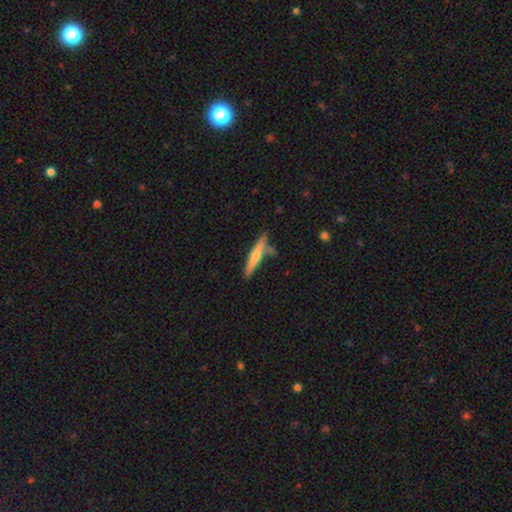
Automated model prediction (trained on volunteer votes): A smooth galaxy with no disk features (54%) that is cigar-shaped (90%).

Vote fractions:
- Smooth or featured? smooth: 54% / featured or disk: 40% / star or artifact: 6%
- How rounded? cigar-shaped: 90% / in between: 8% / round: 2%
- Merging? none: 70% / minor disturbance: 15% / merger: 12% / major disturbance: 4%